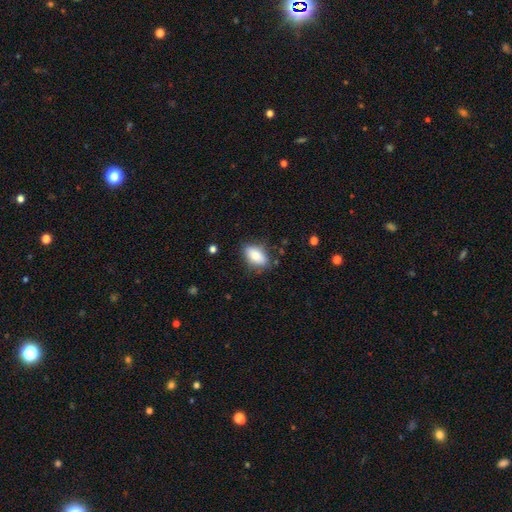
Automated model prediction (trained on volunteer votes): Morphology: type=smooth (77%); roundness=in between (88%); merging=none (79%).